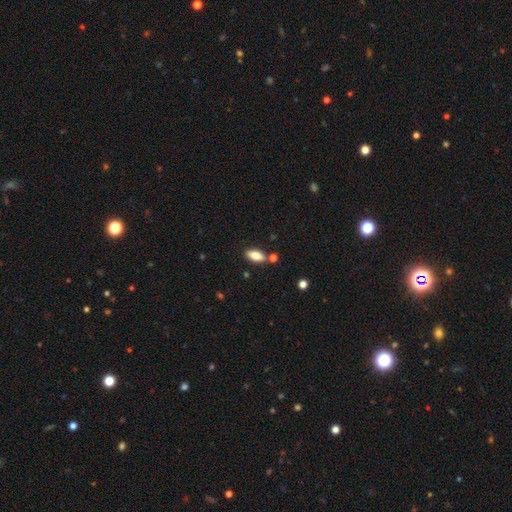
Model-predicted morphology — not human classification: Smooth or featured?
  - smooth: 79% *
  - featured or disk: 14%
  - star or artifact: 7%
How rounded?
  - in between: 87% *
  - cigar-shaped: 11%
  - round: 3%
Merging?
  - none: 78% *
  - minor disturbance: 11%
  - merger: 8%
  - major disturbance: 2%